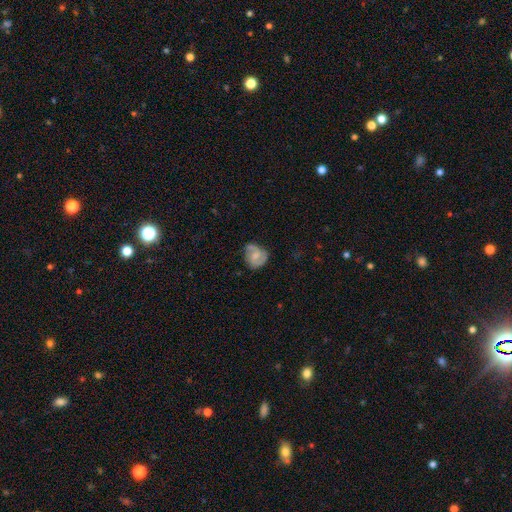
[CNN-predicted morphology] featured or disk 56%, smooth 36%, star or artifact 7%. Down the decision tree: edge-on disk — no (98%); bar — no (53%); spiral arms — yes (86%); bulge size — small (42%); merging — none (56%).